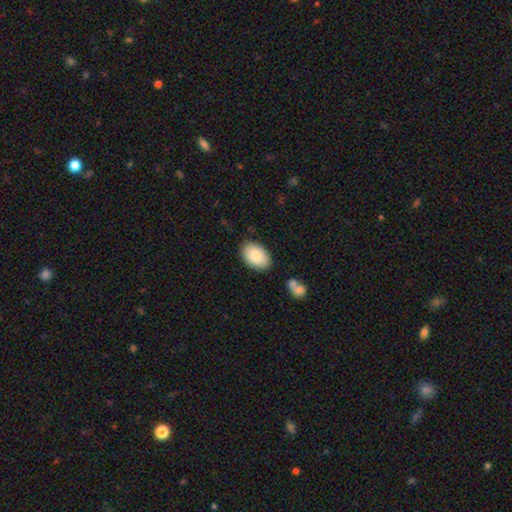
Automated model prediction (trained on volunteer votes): Smooth or featured? smooth (87%)
How rounded? in between (92%)
Merging? none (81%)